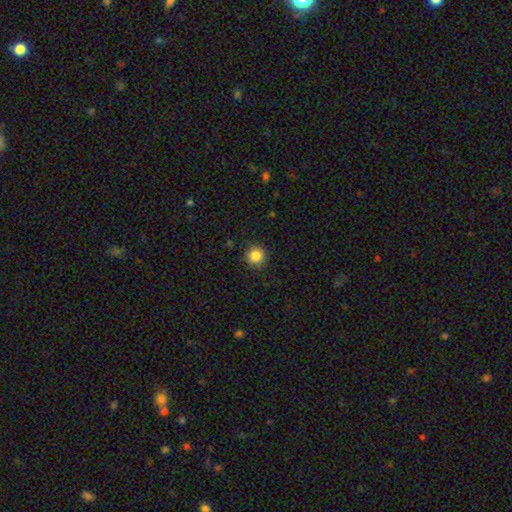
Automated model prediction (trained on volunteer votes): This is clearly a smooth galaxy (86%). How rounded: clearly round (95%). Merging: clearly none (90%).